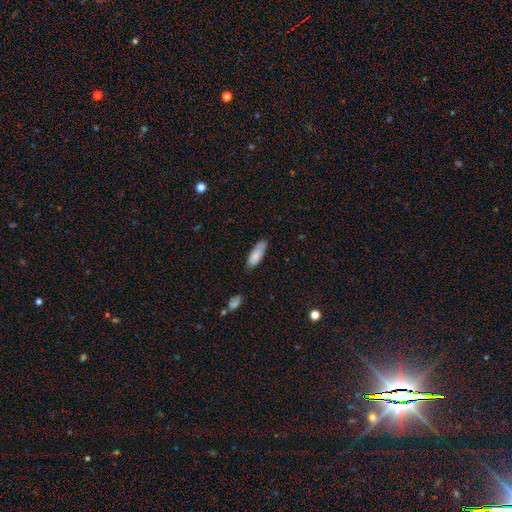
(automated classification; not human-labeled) smooth_or_featured: smooth (p=0.82) [alt: featured or disk p=0.11]
how_rounded: in between (p=0.62) [alt: cigar-shaped p=0.37]
merging: none (p=0.73) [alt: minor disturbance p=0.21]